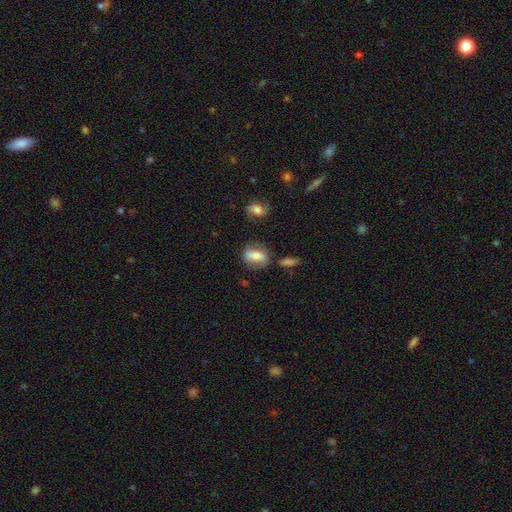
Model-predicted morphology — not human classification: This is possibly a smooth galaxy (57%). How rounded: likely in between (70%). Merging: likely none (67%).